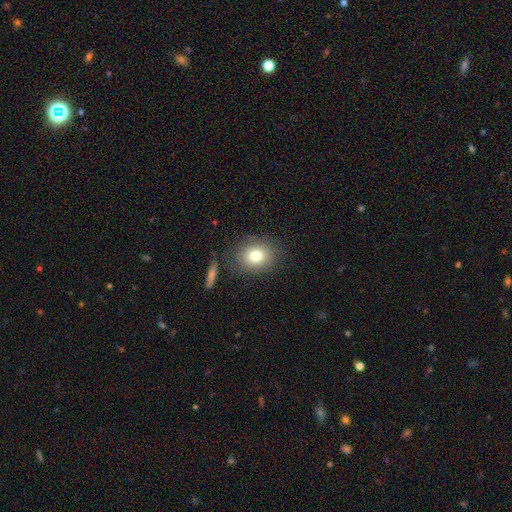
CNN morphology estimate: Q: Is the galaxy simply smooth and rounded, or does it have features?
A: smooth — 78%.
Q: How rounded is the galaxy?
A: round — 60%.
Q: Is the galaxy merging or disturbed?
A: none — 81%.